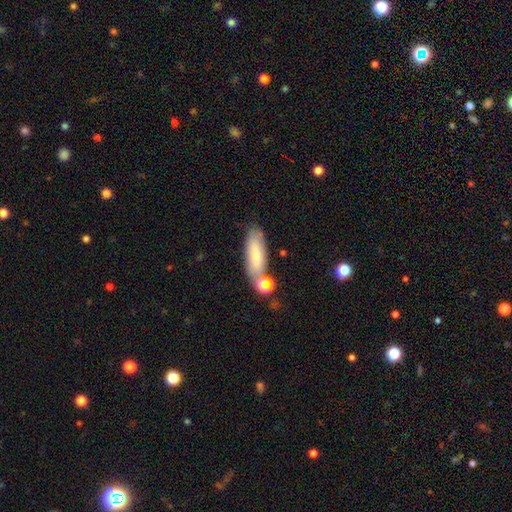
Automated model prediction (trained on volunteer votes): smooth_or_featured: smooth (p=0.75) [alt: featured or disk p=0.18]
how_rounded: in between (p=0.57) [alt: cigar-shaped p=0.41]
merging: none (p=0.69) [alt: minor disturbance p=0.15]